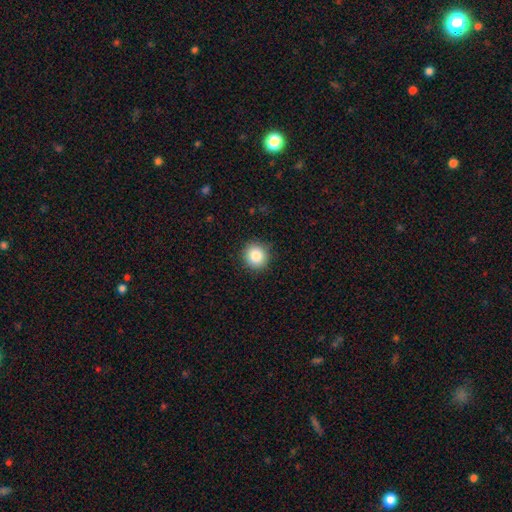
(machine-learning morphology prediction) type=smooth (85%); roundness=round (93%); merging=none (91%).